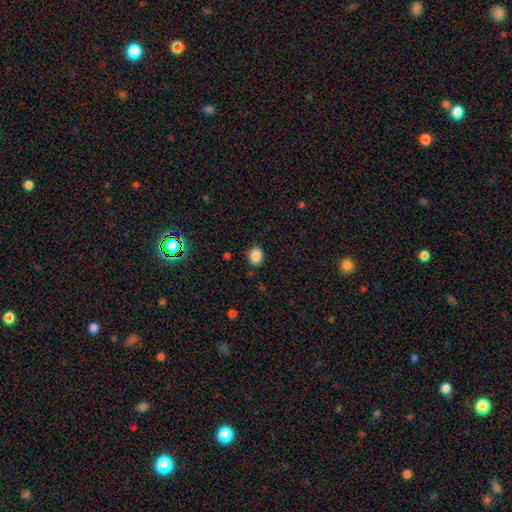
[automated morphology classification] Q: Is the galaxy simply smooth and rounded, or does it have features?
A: smooth — 86%.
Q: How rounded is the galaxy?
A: in between — 52%.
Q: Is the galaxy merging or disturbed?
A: none — 84%.